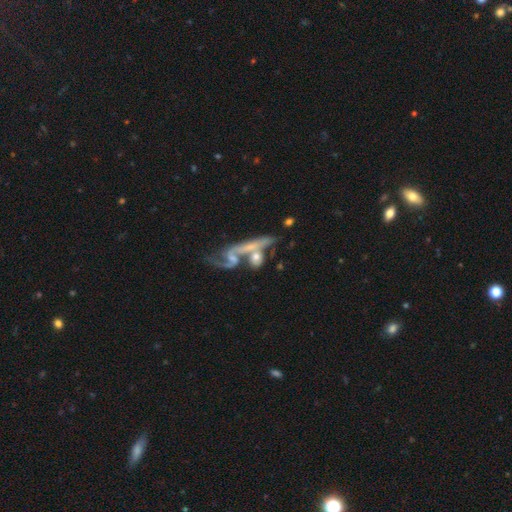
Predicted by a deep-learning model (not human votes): The model was most divided on "smooth or featured": featured or disk: 56%, smooth: 36%, star or artifact: 8%. Remaining: edge-on disk — no (78%); merging — merger (50%).